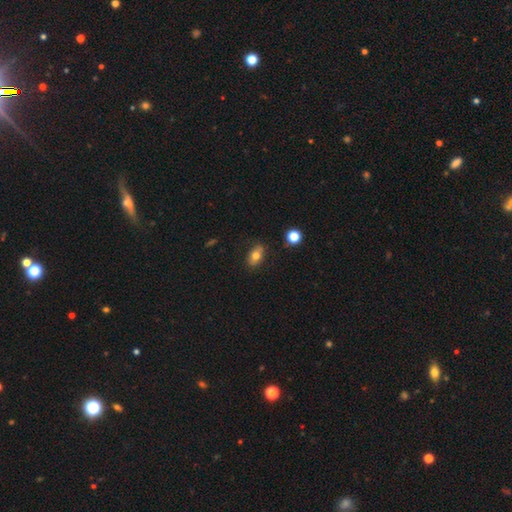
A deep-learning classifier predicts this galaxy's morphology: Smooth or featured: smooth — 73% (featured or disk — 17%)
How rounded: in between — 83% (round — 12%)
Merging: none — 82% (minor disturbance — 13%)